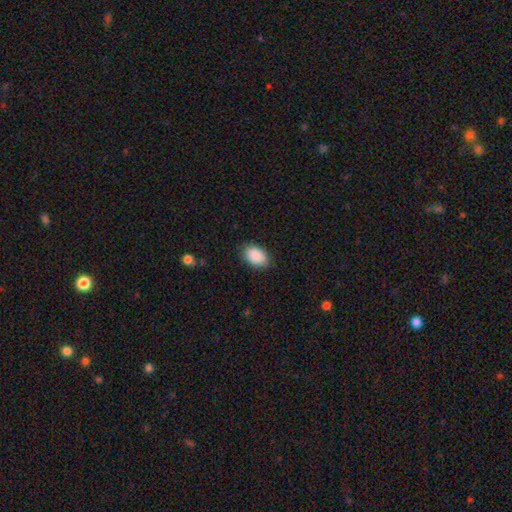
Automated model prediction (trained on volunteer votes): Smooth or featured? smooth (90%)
How rounded? in between (90%)
Merging? none (85%)